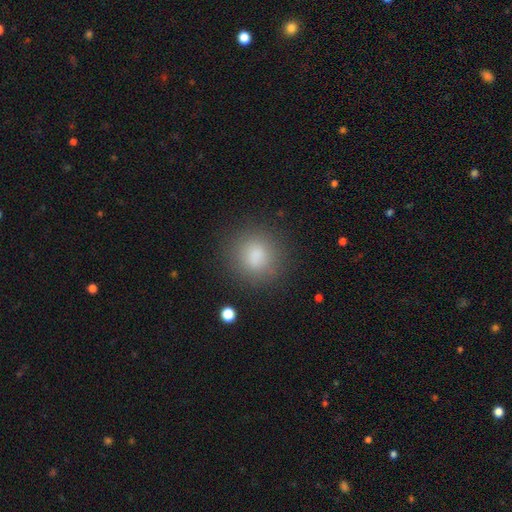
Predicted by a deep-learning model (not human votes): Smooth or featured?
  - smooth: 83% *
  - star or artifact: 11%
  - featured or disk: 7%
How rounded?
  - round: 88% *
  - in between: 11%
  - cigar-shaped: 1%
Merging?
  - none: 84% *
  - minor disturbance: 10%
  - major disturbance: 4%
  - merger: 2%